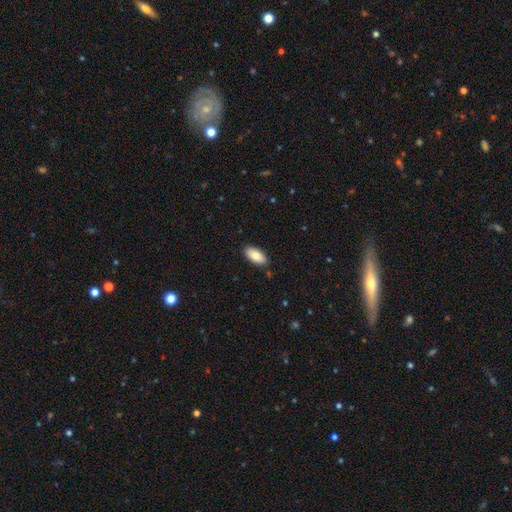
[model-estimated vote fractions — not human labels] Smooth or featured?
  - smooth: 83% *
  - featured or disk: 11%
  - star or artifact: 6%
How rounded?
  - in between: 93% *
  - cigar-shaped: 5%
  - round: 2%
Merging?
  - none: 88% *
  - minor disturbance: 9%
  - major disturbance: 2%
  - merger: 1%